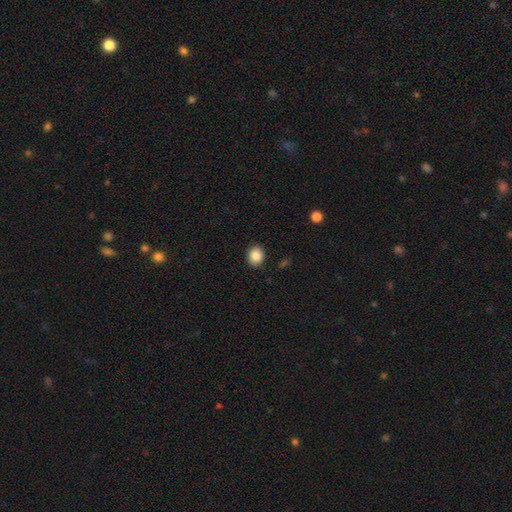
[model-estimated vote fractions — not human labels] Smooth or featured?
  - smooth: 87% *
  - star or artifact: 9%
  - featured or disk: 5%
How rounded?
  - round: 68% *
  - in between: 31%
  - cigar-shaped: 1%
Merging?
  - none: 90% *
  - minor disturbance: 7%
  - major disturbance: 2%
  - merger: 1%